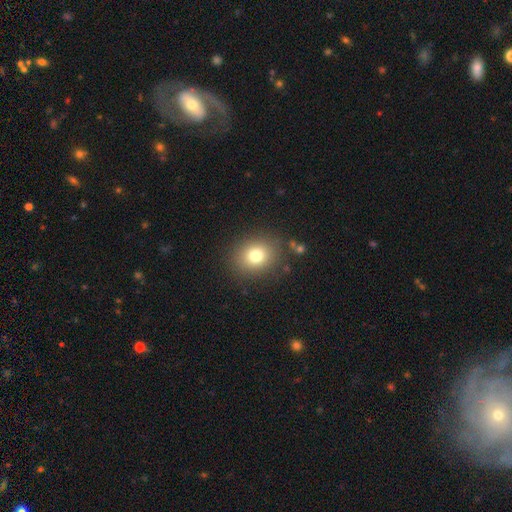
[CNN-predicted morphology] Q: Smooth or featured?
A: smooth (77%); runner-up: star or artifact (13%)
Q: How rounded?
A: round (65%); runner-up: in between (34%)
Q: Merging?
A: none (86%); runner-up: minor disturbance (9%)